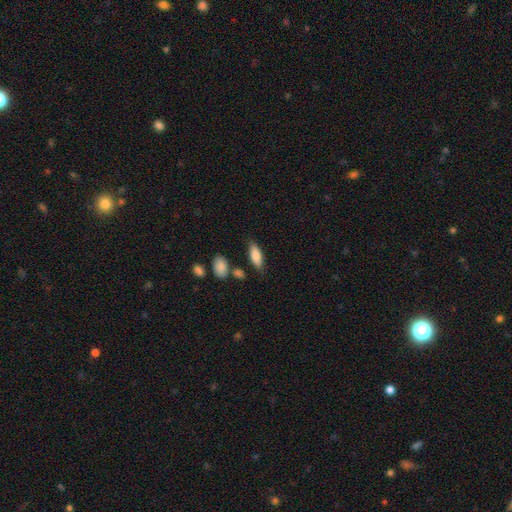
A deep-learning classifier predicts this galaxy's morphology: A smooth galaxy with no disk features (81%) that is in between round and cigar-shaped (75%).

Vote fractions:
- Smooth or featured? smooth: 81% / featured or disk: 12% / star or artifact: 6%
- How rounded? in between: 75% / cigar-shaped: 22% / round: 2%
- Merging? none: 75% / minor disturbance: 15% / merger: 6% / major disturbance: 4%